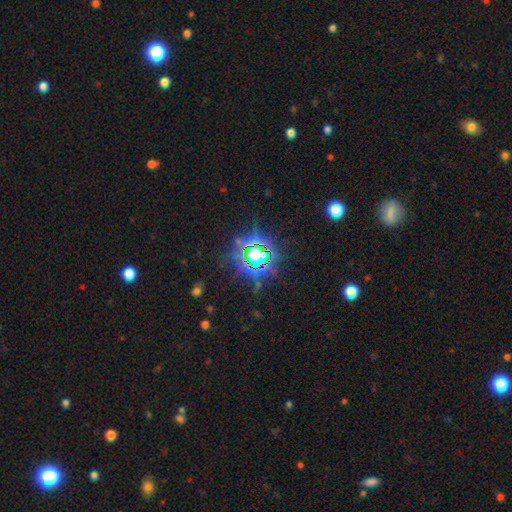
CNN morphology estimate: star or artifact 75%, smooth 15%, featured or disk 10%.